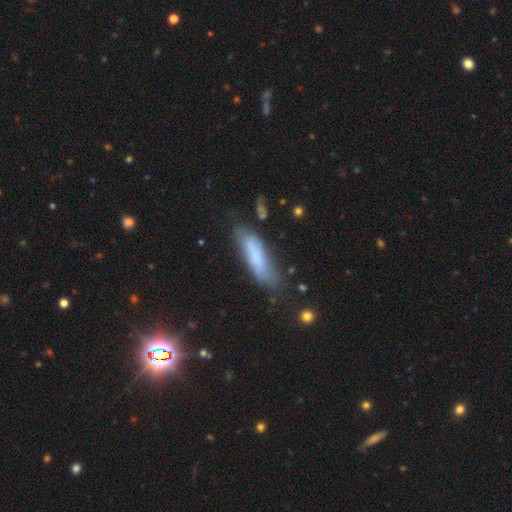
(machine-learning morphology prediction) Smooth or featured: smooth — 67% (featured or disk — 25%)
How rounded: cigar-shaped — 64% (in between — 35%)
Merging: none — 57% (minor disturbance — 27%)